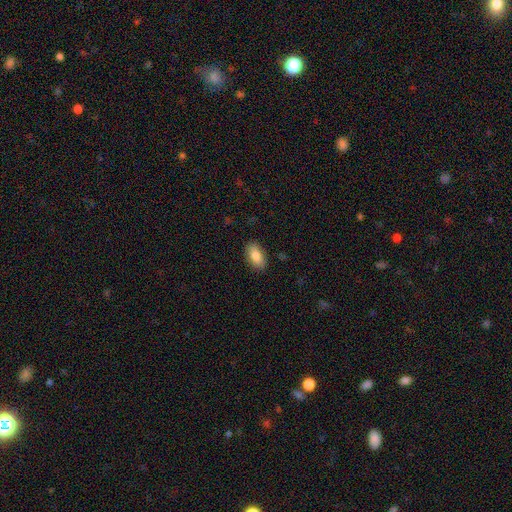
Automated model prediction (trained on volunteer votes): This appears to be a smooth galaxy with no disk features (84%) that is in between round and cigar-shaped (92%). Merging: none (88%).